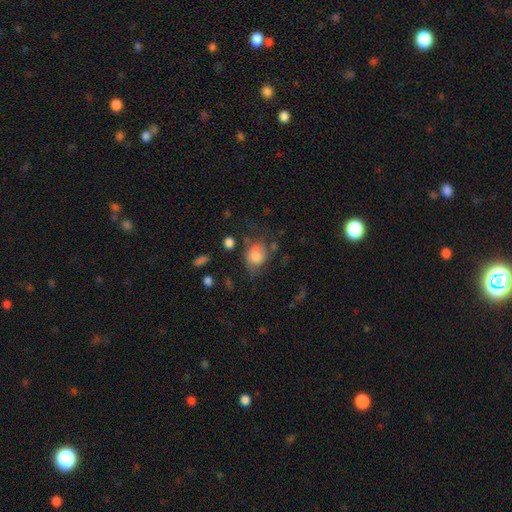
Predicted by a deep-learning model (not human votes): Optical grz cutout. It shows a smooth galaxy with no disk features (76%) that is in between round and cigar-shaped (52%). Merging: none (48%).